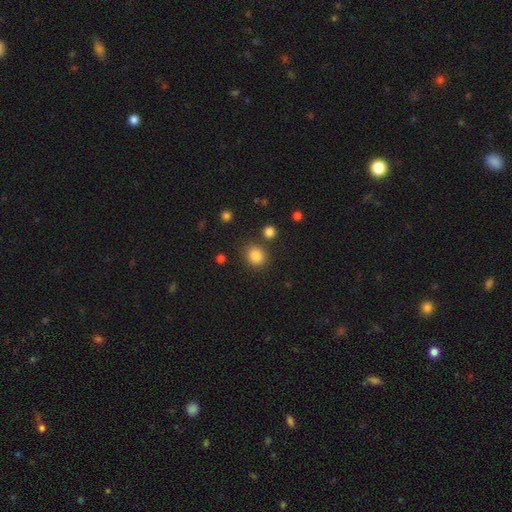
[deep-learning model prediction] Smooth or featured?
  - smooth: 85% *
  - star or artifact: 11%
  - featured or disk: 5%
How rounded?
  - round: 76% *
  - in between: 23%
  - cigar-shaped: 1%
Merging?
  - none: 82% *
  - minor disturbance: 9%
  - merger: 6%
  - major disturbance: 3%